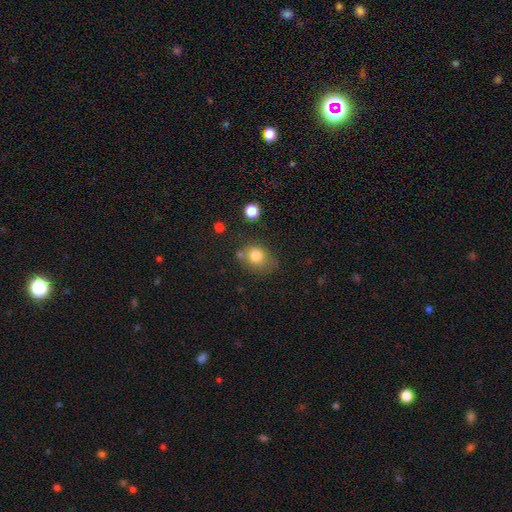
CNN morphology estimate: smooth_or_featured: smooth (p=0.80) [alt: star or artifact p=0.11]
how_rounded: round (p=0.58) [alt: in between p=0.41]
merging: none (p=0.57) [alt: minor disturbance p=0.24]